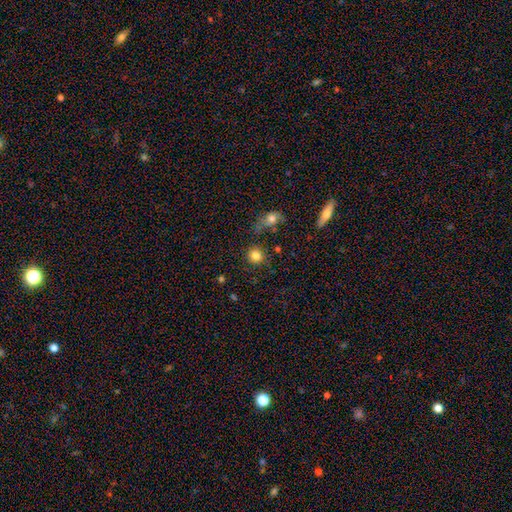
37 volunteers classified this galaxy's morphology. smooth-or-featured: smooth: 95% | featured or disk: 5% | star or artifact: 0%
  how-rounded: round: 89% | in between: 9% | cigar-shaped: 3%
  merging: none: 84% | merger: 8% | major disturbance: 5% | minor disturbance: 3%